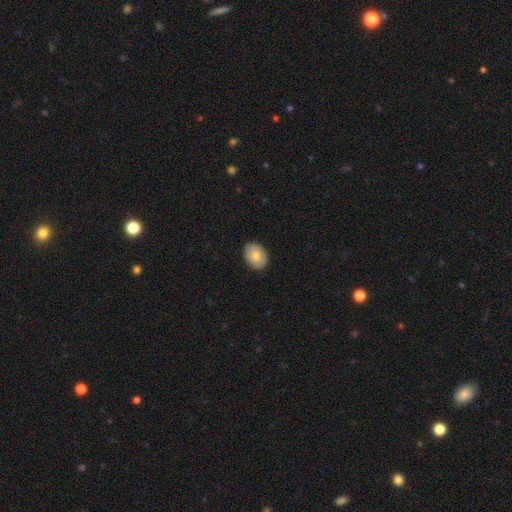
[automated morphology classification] type=smooth (77%); roundness=in between (71%); merging=none (88%).